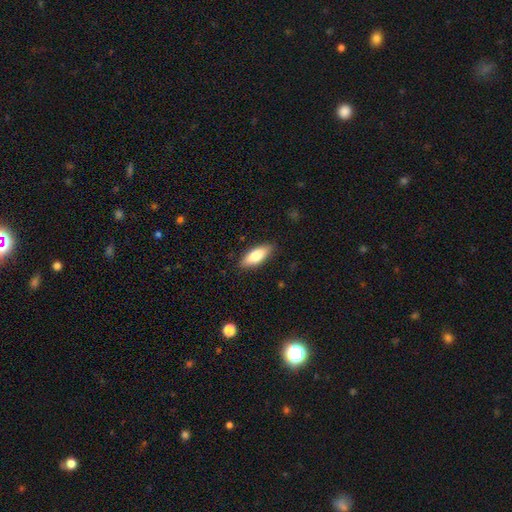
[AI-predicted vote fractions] Overall: smooth (79%). How rounded: in between (71%). Merging: none (86%).